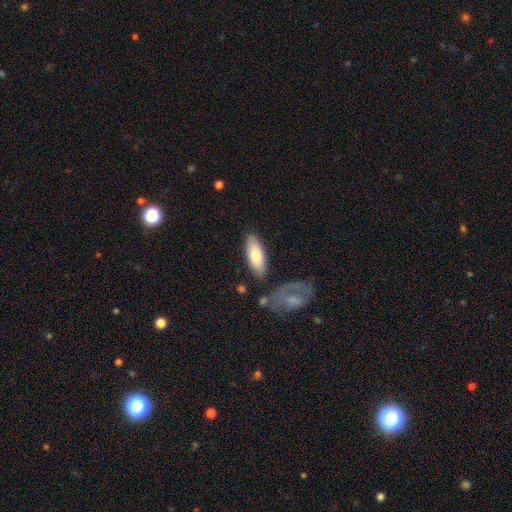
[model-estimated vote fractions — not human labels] Smooth or featured? Predicted: smooth (p=0.74). How rounded? Predicted: in between (p=0.75). Merging? Predicted: none (p=0.80).